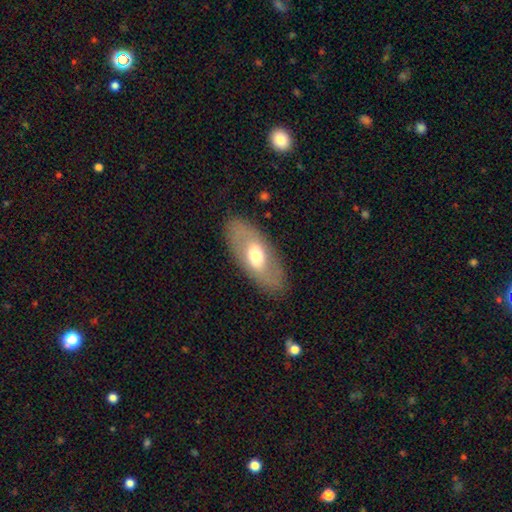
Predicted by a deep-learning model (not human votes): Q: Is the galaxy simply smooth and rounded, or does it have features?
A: smooth — 52%.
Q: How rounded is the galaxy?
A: in between — 87%.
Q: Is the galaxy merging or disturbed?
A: none — 84%.